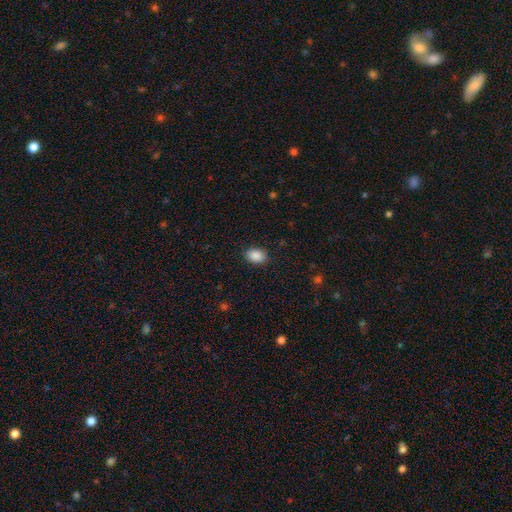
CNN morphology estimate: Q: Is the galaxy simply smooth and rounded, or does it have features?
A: smooth — 89%.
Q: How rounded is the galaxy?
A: in between — 78%.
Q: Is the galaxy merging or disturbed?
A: none — 88%.